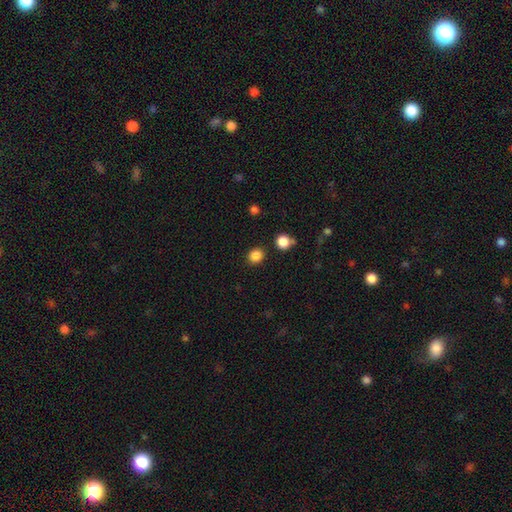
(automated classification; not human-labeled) A smooth galaxy with no disk features (85%) that is round (75%). Merging: none (86%).